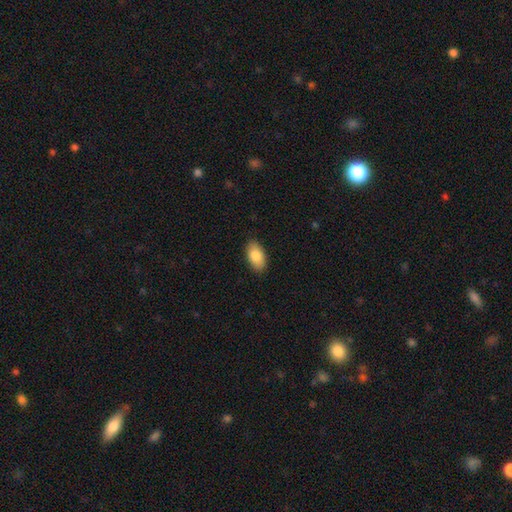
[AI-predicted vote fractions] A smooth galaxy with no disk features (85%) that is in between round and cigar-shaped (94%). Merging: none (88%).